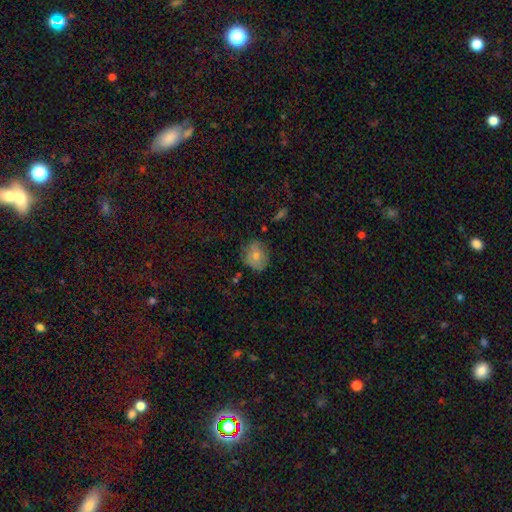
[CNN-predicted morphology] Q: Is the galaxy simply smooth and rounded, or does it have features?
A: smooth — 65%.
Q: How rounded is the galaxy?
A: round — 65%.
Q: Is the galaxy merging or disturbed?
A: none — 71%.